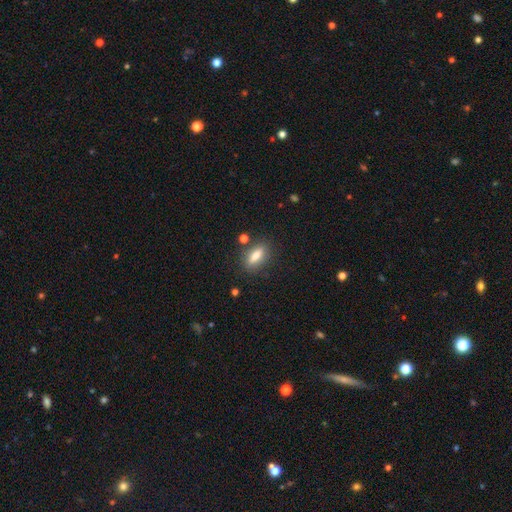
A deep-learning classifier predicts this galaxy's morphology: smooth 76%, featured or disk 16%, star or artifact 8%. Down the decision tree: how rounded — in between (62%); merging — none (82%).